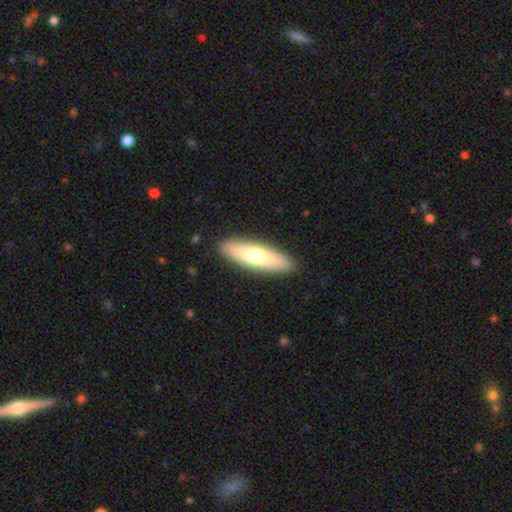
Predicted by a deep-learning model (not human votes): Smooth or featured? smooth (64%)
How rounded? cigar-shaped (62%)
Merging? none (90%)